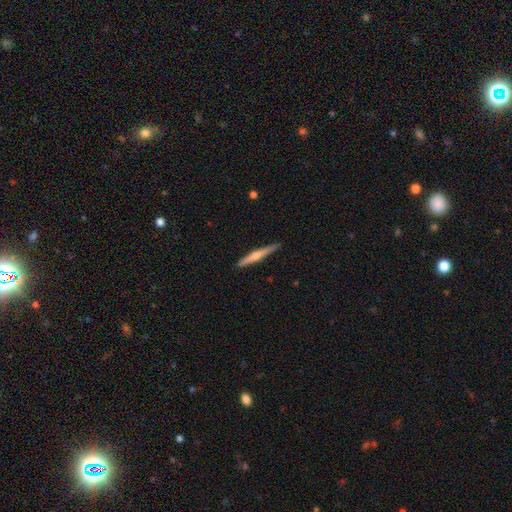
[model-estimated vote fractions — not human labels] A featured or disk galaxy (62%) viewed edge-on (98%) with a rounded central bulge (80%).

Vote fractions:
- Smooth or featured? featured or disk: 62% / smooth: 32% / star or artifact: 5%
- Edge-on disk? yes: 98% / no: 2%
- Edge-on bulge? rounded: 80% / none: 14% / boxy: 6%
- Merging? none: 91% / minor disturbance: 7% / major disturbance: 1% / merger: 1%